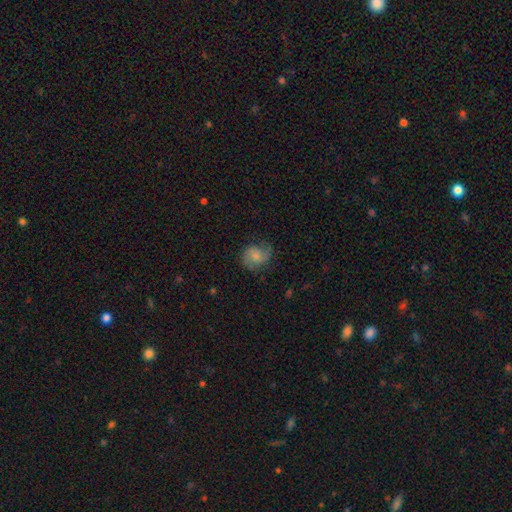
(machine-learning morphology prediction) Smooth or featured? Predicted: smooth (p=0.49). Merging? Predicted: none (p=0.64).